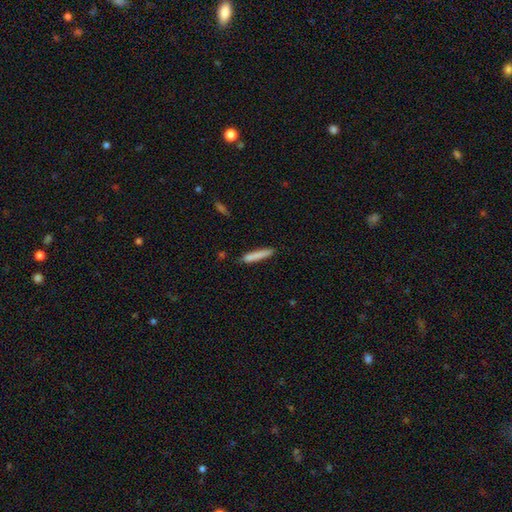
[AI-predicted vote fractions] smooth 82%, featured or disk 12%, star or artifact 6%. Down the decision tree: how rounded — cigar-shaped (92%); merging — none (83%).